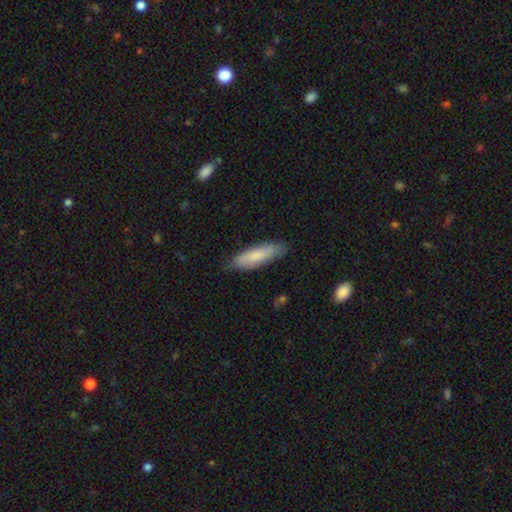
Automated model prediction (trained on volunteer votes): smooth_or_featured: smooth (p=0.78) [alt: featured or disk p=0.17]
how_rounded: cigar-shaped (p=0.65) [alt: in between p=0.34]
merging: none (p=0.79) [alt: minor disturbance p=0.17]